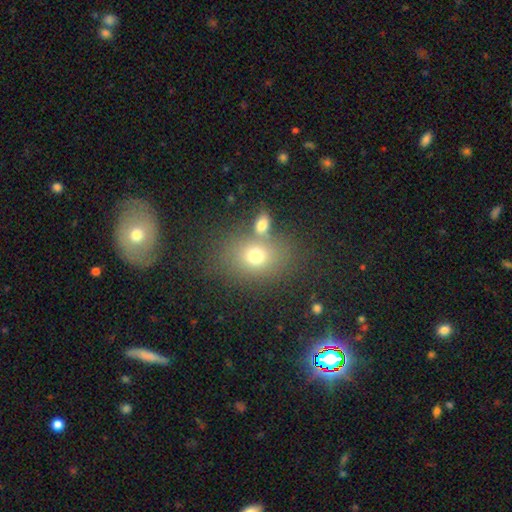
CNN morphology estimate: A smooth galaxy with no disk features (70%) that is in between round and cigar-shaped (52%).

Vote fractions:
- Smooth or featured? smooth: 70% / star or artifact: 15% / featured or disk: 14%
- How rounded? in between: 52% / round: 47% / cigar-shaped: 1%
- Merging? none: 58% / merger: 24% / minor disturbance: 12% / major disturbance: 6%